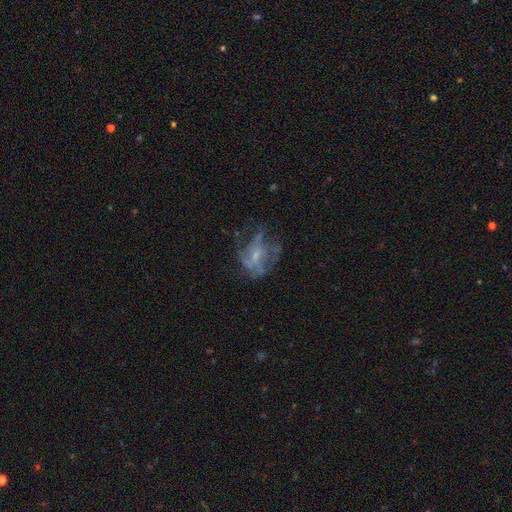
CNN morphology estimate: This appears to be a featured or disk galaxy (66%) with no bar (63%), no spiral arms (58%) and a small central bulge (51%). Merging: none (44%).